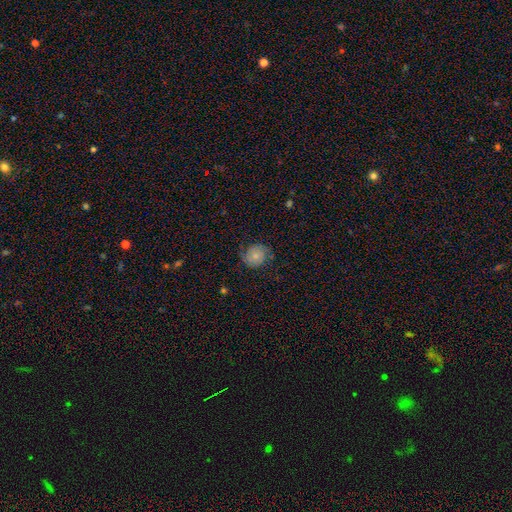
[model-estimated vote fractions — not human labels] Smooth or featured: smooth — 51% (featured or disk — 40%)
How rounded: round — 74% (in between — 25%)
Merging: none — 69% (minor disturbance — 21%)